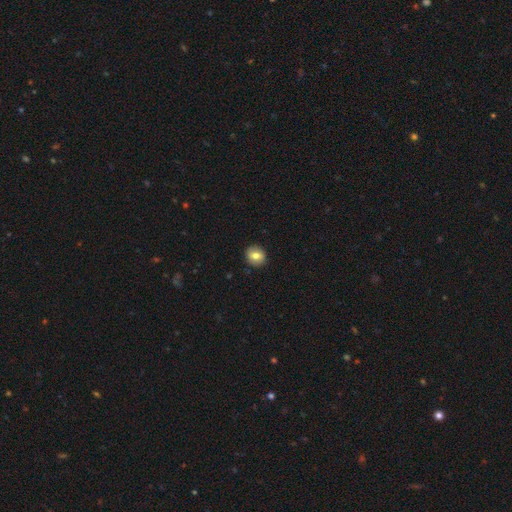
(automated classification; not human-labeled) A smooth galaxy with no disk features (73%) that is round (78%). Merging: none (89%).